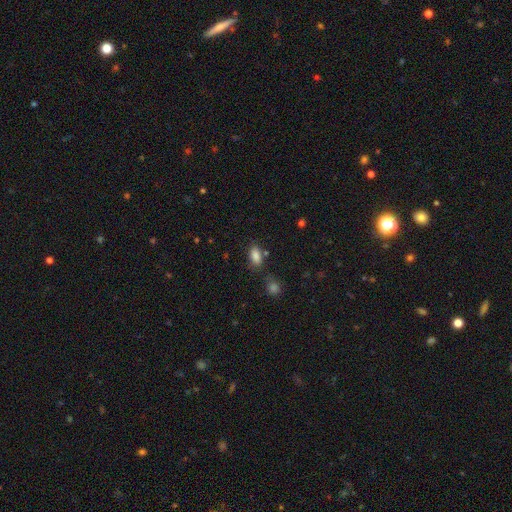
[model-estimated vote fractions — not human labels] Smooth or featured? Predicted: smooth (p=0.85). How rounded? Predicted: in between (p=0.90). Merging? Predicted: none (p=0.69).